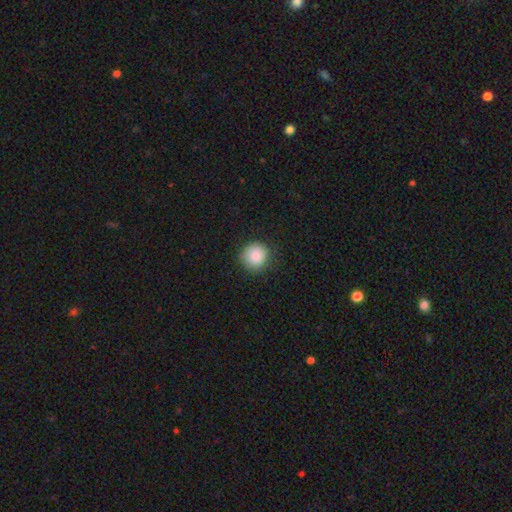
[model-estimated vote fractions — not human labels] Smooth or featured? Predicted: smooth (p=0.87). How rounded? Predicted: round (p=0.93). Merging? Predicted: none (p=0.86).